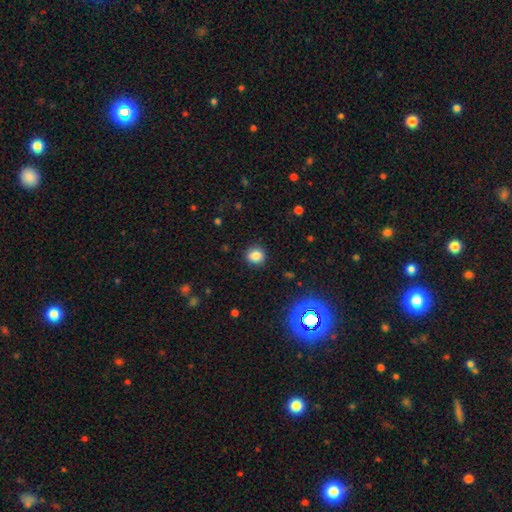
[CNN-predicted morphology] smooth_or_featured: smooth (p=0.81) [alt: star or artifact p=0.13]
how_rounded: round (p=0.74) [alt: in between p=0.25]
merging: none (p=0.88) [alt: minor disturbance p=0.08]